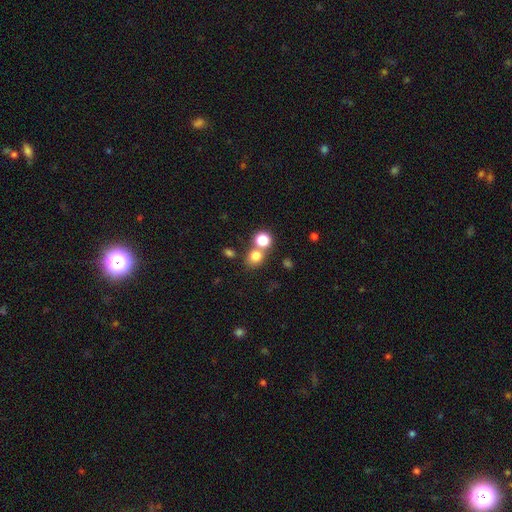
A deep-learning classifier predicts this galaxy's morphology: smooth_or_featured: smooth (p=0.76) [alt: star or artifact p=0.15]
how_rounded: round (p=0.74) [alt: in between p=0.25]
merging: none (p=0.55) [alt: merger p=0.33]